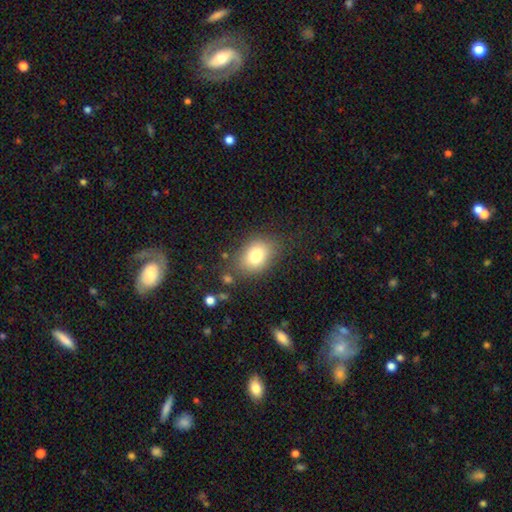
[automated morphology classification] Smooth or featured? Predicted: smooth (p=0.79). How rounded? Predicted: in between (p=0.71). Merging? Predicted: none (p=0.77).